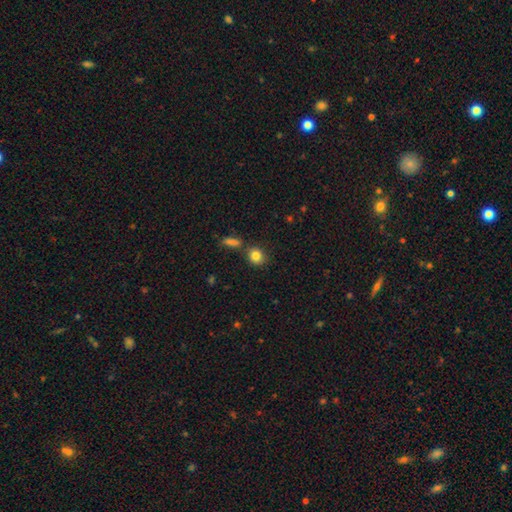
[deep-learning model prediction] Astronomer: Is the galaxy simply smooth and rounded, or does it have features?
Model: smooth — 84%.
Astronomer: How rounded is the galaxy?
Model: round — 71%.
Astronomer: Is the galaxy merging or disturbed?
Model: none — 75%.